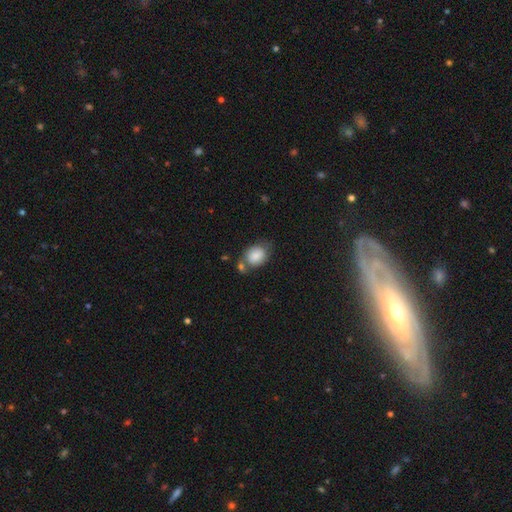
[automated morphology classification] Smooth or featured? smooth (81%)
How rounded? in between (52%)
Merging? none (48%)